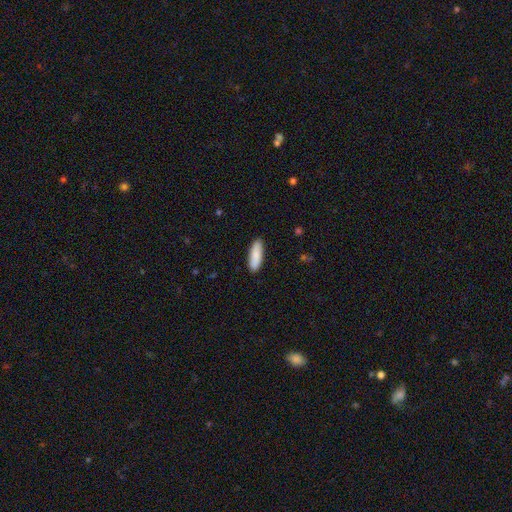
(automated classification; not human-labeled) This is clearly a smooth galaxy (86%). How rounded: possibly cigar-shaped (50%). Merging: clearly none (89%).